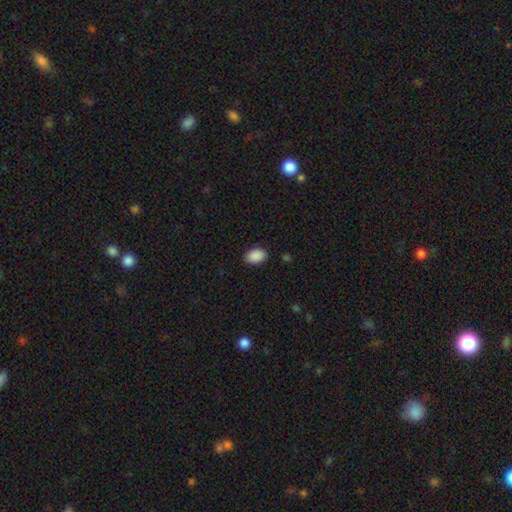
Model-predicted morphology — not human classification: smooth_or_featured: smooth (p=0.90) [alt: star or artifact p=0.07]
how_rounded: in between (p=0.85) [alt: round p=0.14]
merging: none (p=0.87) [alt: minor disturbance p=0.10]